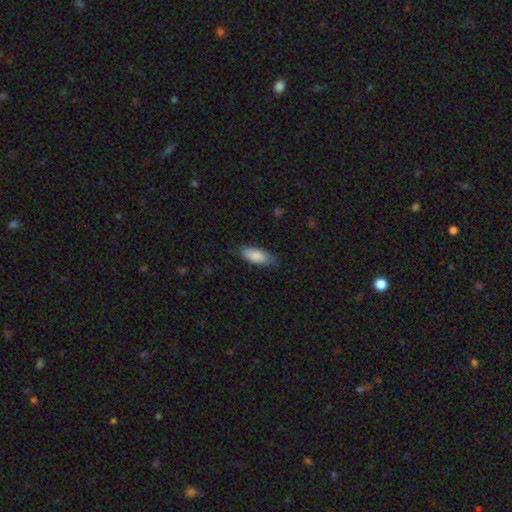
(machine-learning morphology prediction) Smooth or featured: smooth — 87% (featured or disk — 7%)
How rounded: in between — 82% (cigar-shaped — 16%)
Merging: none — 78% (minor disturbance — 18%)